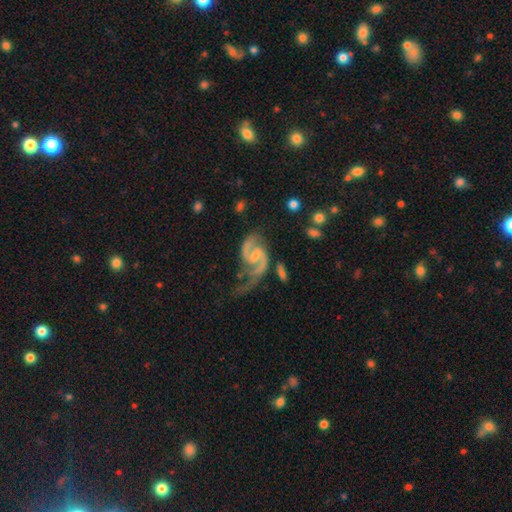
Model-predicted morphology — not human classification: Smooth or featured? featured or disk (92%)
Edge-on disk? no (98%)
Bar? weak (46%)
Spiral arms? yes (98%)
Spiral winding? medium (55%)
Spiral arm count? 2 (91%)
Bulge size? small (56%)
Merging? none (47%)